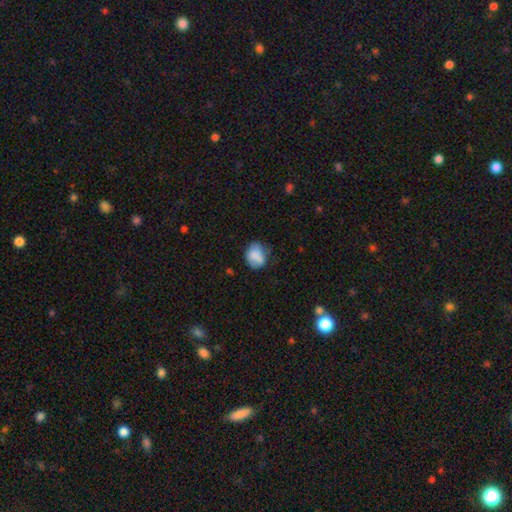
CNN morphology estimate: A smooth galaxy with no disk features (79%) that is round (55%).

Vote fractions:
- Smooth or featured? smooth: 79% / featured or disk: 12% / star or artifact: 9%
- How rounded? round: 55% / in between: 44% / cigar-shaped: 1%
- Merging? none: 56% / minor disturbance: 30% / major disturbance: 9% / merger: 4%